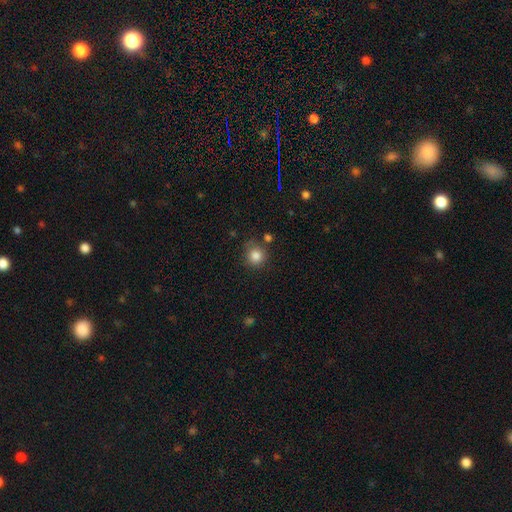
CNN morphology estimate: smooth 84%, star or artifact 11%, featured or disk 5%. Down the decision tree: how rounded — round (90%); merging — none (75%).